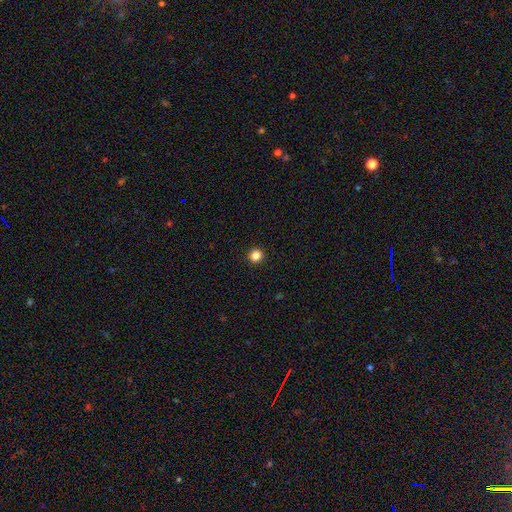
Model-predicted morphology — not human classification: Smooth or featured? Predicted: smooth (p=0.85). How rounded? Predicted: round (p=0.94). Merging? Predicted: none (p=0.94).